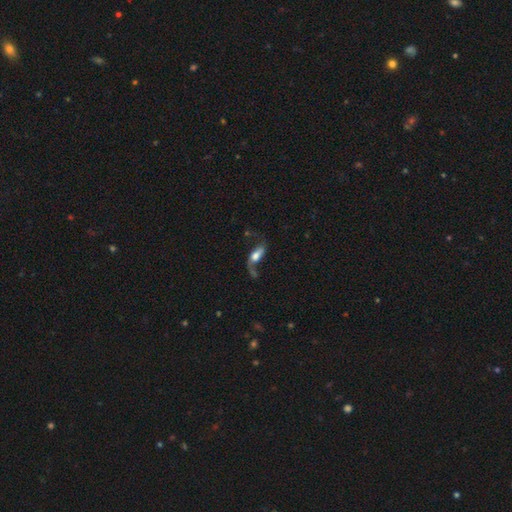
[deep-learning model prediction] Q: Smooth or featured?
A: smooth (47%); runner-up: featured or disk (44%)
Q: Merging?
A: none (41%); runner-up: major disturbance (26%)